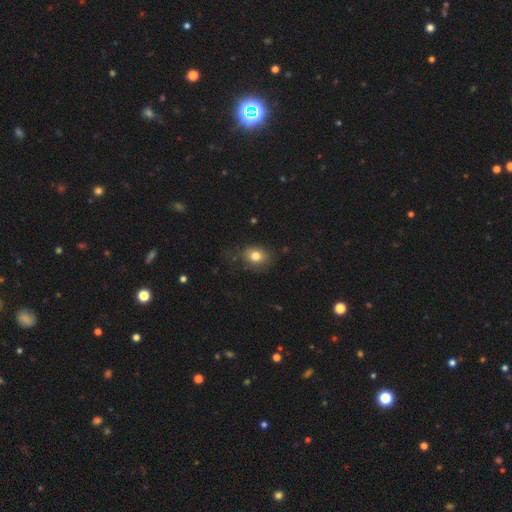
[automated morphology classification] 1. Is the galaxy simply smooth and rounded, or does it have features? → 79% smooth, 11% star or artifact, 10% featured or disk.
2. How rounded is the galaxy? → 56% in between, 43% round, 1% cigar-shaped.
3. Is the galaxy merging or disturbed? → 70% none, 21% minor disturbance, 7% major disturbance, 2% merger.